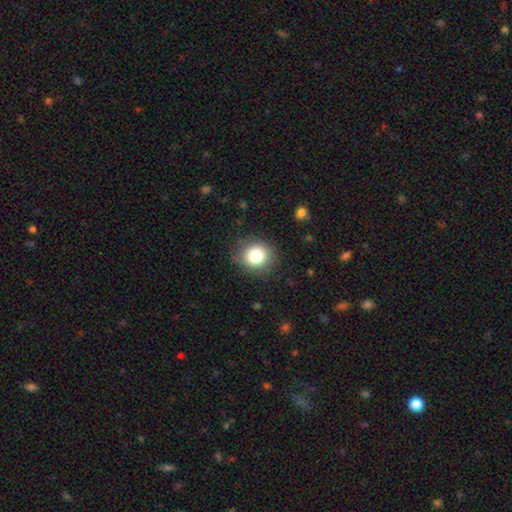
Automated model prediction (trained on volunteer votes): Smooth or featured? Predicted: smooth (p=0.82). How rounded? Predicted: round (p=0.84). Merging? Predicted: none (p=0.84).